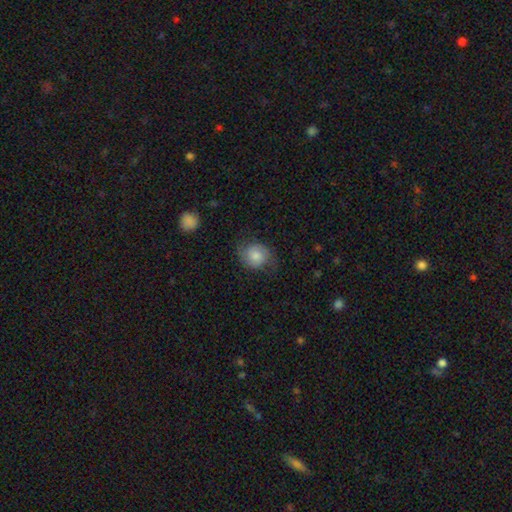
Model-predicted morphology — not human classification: A smooth galaxy with no disk features (65%) that is round (71%). Merging: none (62%).